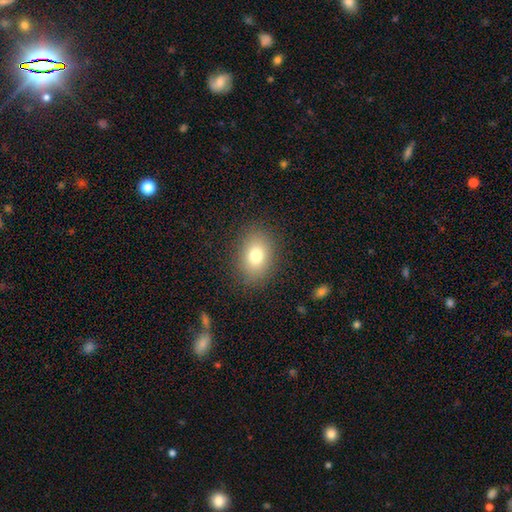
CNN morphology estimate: Smooth or featured: smooth — 79% (star or artifact — 11%)
How rounded: in between — 74% (round — 25%)
Merging: none — 86% (minor disturbance — 9%)